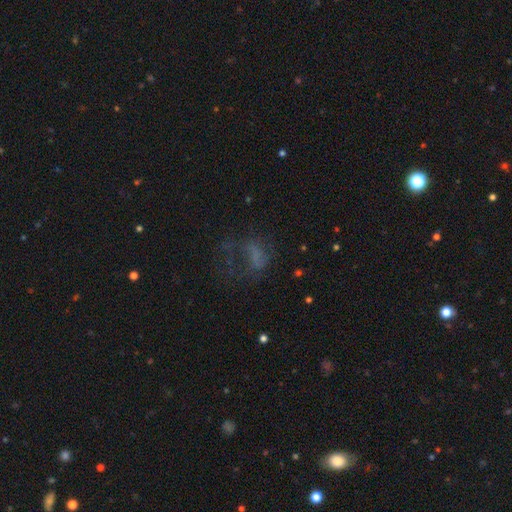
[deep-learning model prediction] Smooth or featured? Predicted: smooth (p=0.39). Merging? Predicted: major disturbance (p=0.46).